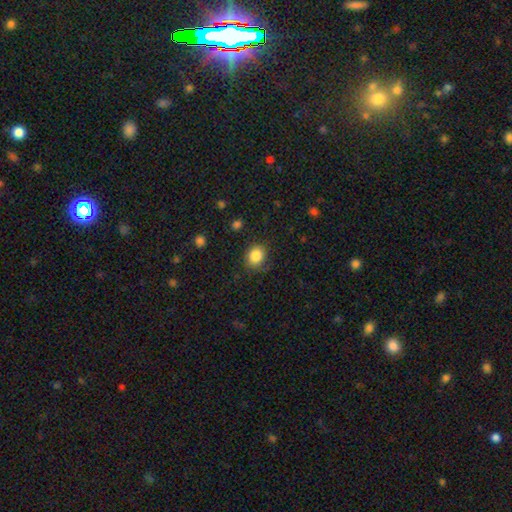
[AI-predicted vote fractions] Smooth or featured: smooth — 85% (star or artifact — 9%)
How rounded: round — 65% (in between — 35%)
Merging: none — 77% (minor disturbance — 16%)